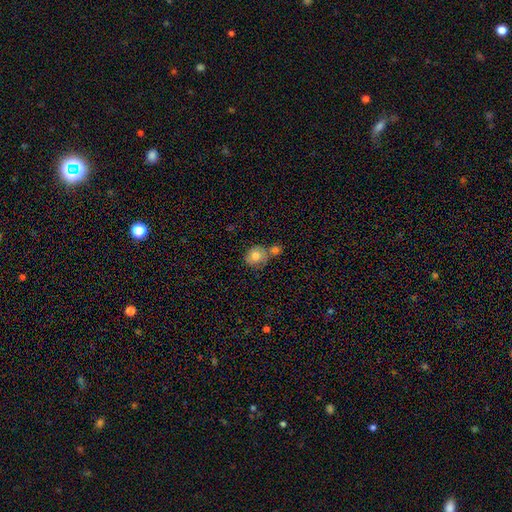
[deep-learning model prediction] smooth_or_featured: smooth (p=0.80) [alt: featured or disk p=0.11]
how_rounded: round (p=0.76) [alt: in between p=0.23]
merging: none (p=0.51) [alt: merger p=0.33]